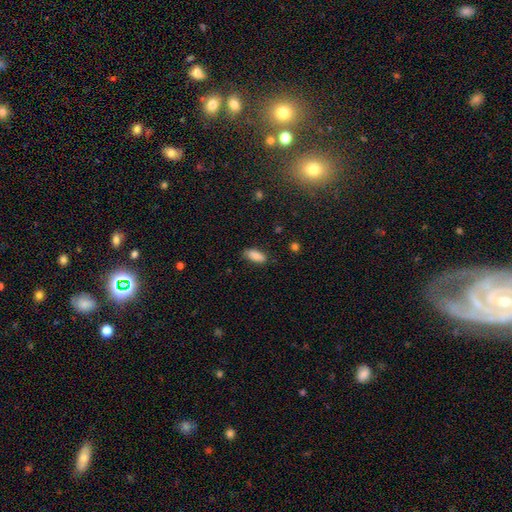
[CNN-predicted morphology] smooth 88%, star or artifact 7%, featured or disk 5%. Down the decision tree: how rounded — in between (85%); merging — none (81%).